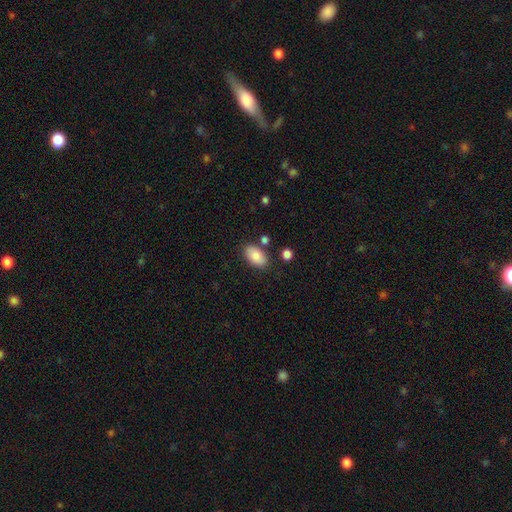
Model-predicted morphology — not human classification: The model was most divided on "merging": none: 79%, minor disturbance: 12%, merger: 6%, major disturbance: 3%. More confident: how rounded — in between (93%); smooth or featured — smooth (84%).